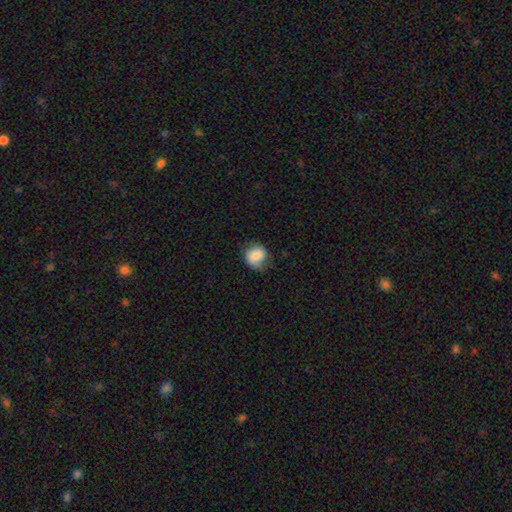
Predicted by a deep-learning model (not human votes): smooth 75%, featured or disk 17%, star or artifact 8%. Down the decision tree: how rounded — round (75%); merging — none (61%).